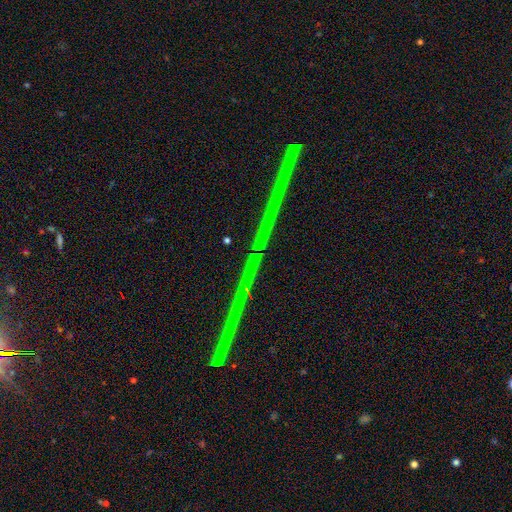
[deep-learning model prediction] star or artifact 80%, featured or disk 13%, smooth 7%.